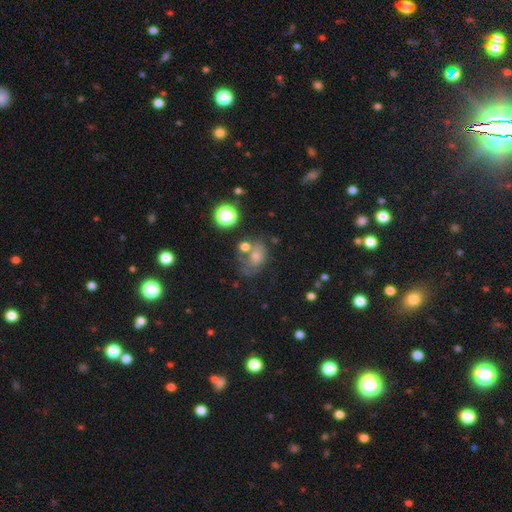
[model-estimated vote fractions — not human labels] Smooth or featured? smooth (41%)
Merging? none (41%)